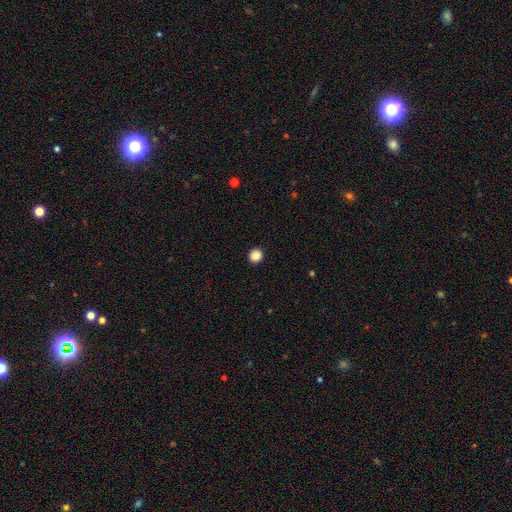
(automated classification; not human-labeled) This is clearly a smooth galaxy (88%). How rounded: clearly round (92%). Merging: clearly none (93%).